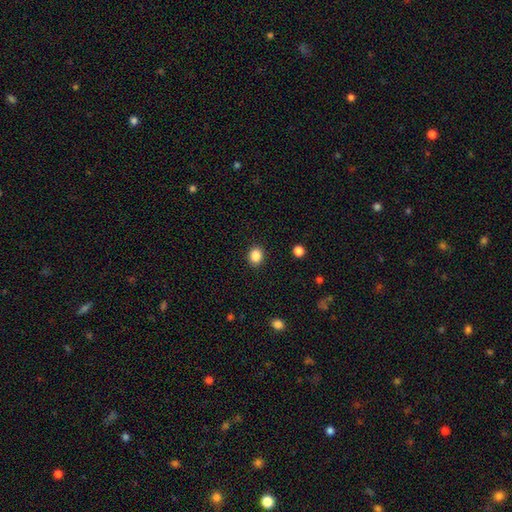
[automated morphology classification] smooth_or_featured: smooth (p=0.87) [alt: star or artifact p=0.10]
how_rounded: round (p=0.59) [alt: in between p=0.41]
merging: none (p=0.91) [alt: minor disturbance p=0.06]